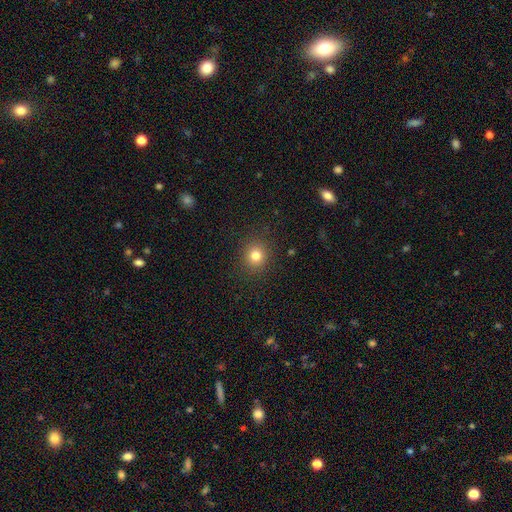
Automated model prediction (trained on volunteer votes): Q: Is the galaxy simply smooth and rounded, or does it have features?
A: smooth — 80%.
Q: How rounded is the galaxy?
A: round — 86%.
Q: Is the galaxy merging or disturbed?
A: none — 90%.